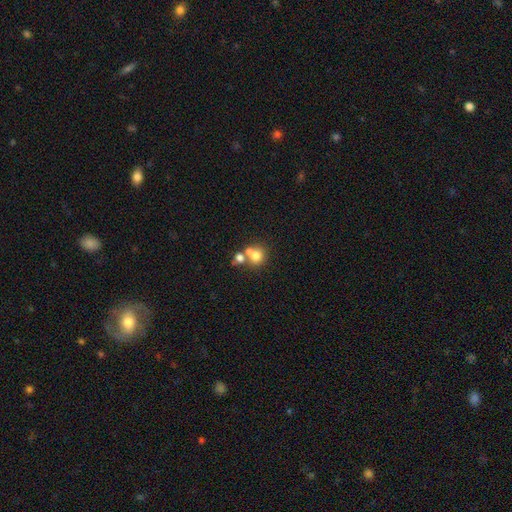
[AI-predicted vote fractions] smooth_or_featured: smooth (p=0.71) [alt: featured or disk p=0.16]
how_rounded: round (p=0.82) [alt: in between p=0.17]
merging: merger (p=0.47) [alt: none p=0.42]